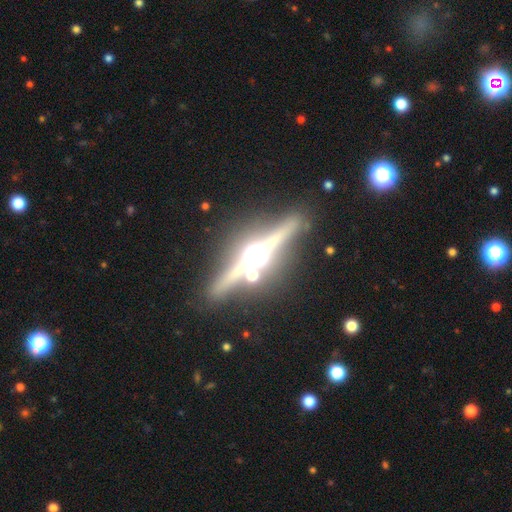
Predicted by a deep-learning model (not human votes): A featured or disk galaxy (79%) viewed edge-on (96%) with a rounded central bulge (95%). Merging: none (84%).